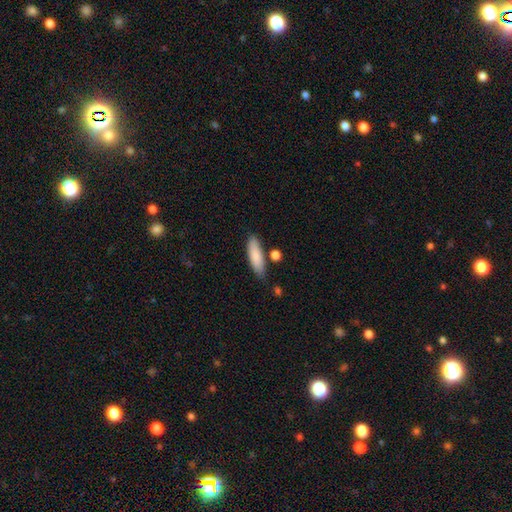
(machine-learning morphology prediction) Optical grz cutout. It shows a smooth galaxy with no disk features (85%) that is cigar-shaped (50%). Merging: none (78%).